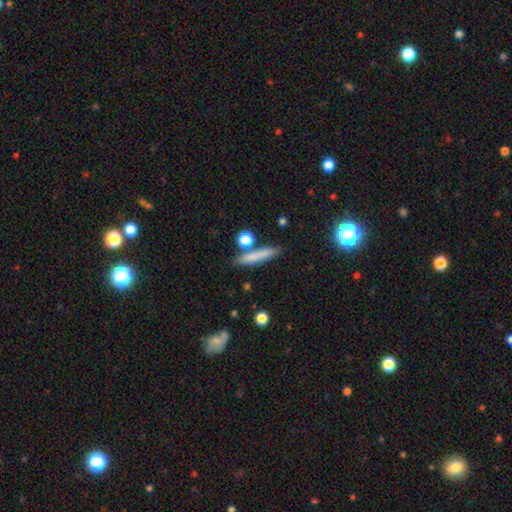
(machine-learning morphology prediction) smooth_or_featured: smooth (p=0.72) [alt: featured or disk p=0.19]
how_rounded: cigar-shaped (p=0.87) [alt: in between p=0.09]
merging: none (p=0.78) [alt: minor disturbance p=0.10]